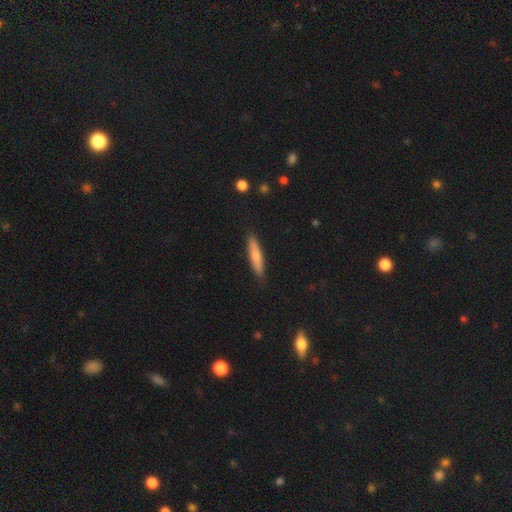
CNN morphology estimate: smooth_or_featured: smooth (p=0.68) [alt: featured or disk p=0.26]
how_rounded: cigar-shaped (p=0.85) [alt: in between p=0.14]
merging: none (p=0.88) [alt: minor disturbance p=0.09]